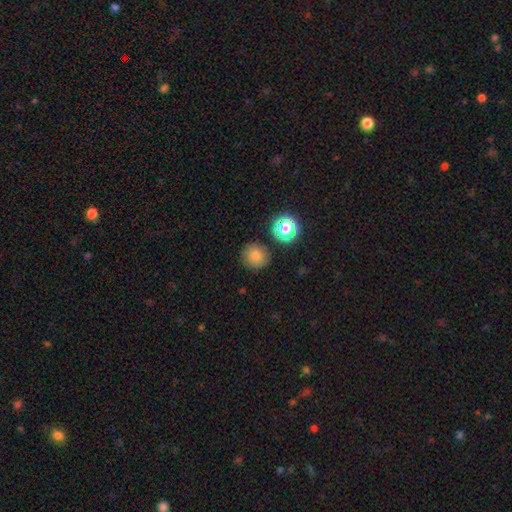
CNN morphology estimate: smooth-or-featured: smooth: 79% | star or artifact: 14% | featured or disk: 7%
  how-rounded: round: 89% | in between: 10% | cigar-shaped: 1%
  merging: none: 84% | minor disturbance: 9% | merger: 4% | major disturbance: 3%